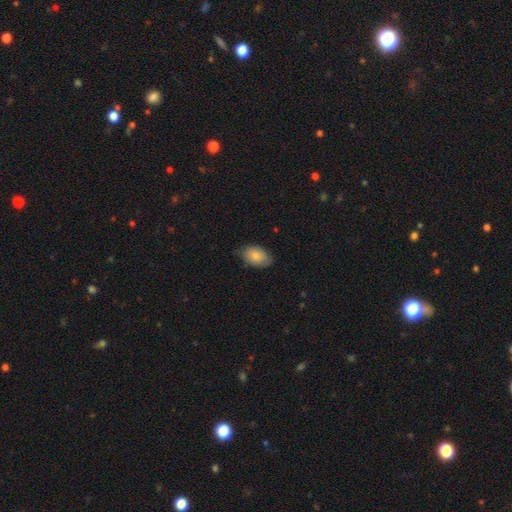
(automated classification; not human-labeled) Morphology: type=smooth (84%); roundness=in between (89%); merging=none (73%).